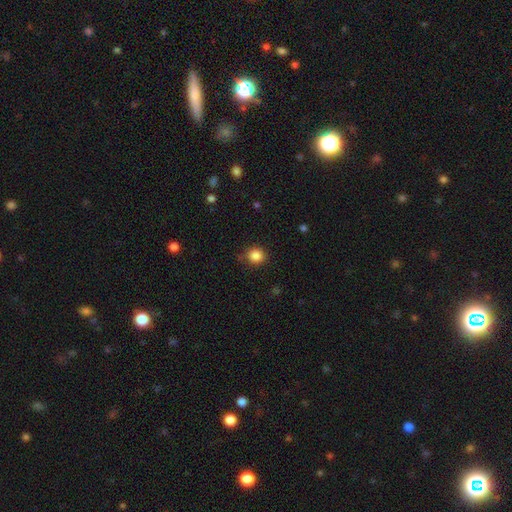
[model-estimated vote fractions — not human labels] smooth_or_featured: smooth (p=0.85) [alt: star or artifact p=0.11]
how_rounded: round (p=0.88) [alt: in between p=0.11]
merging: none (p=0.84) [alt: minor disturbance p=0.12]